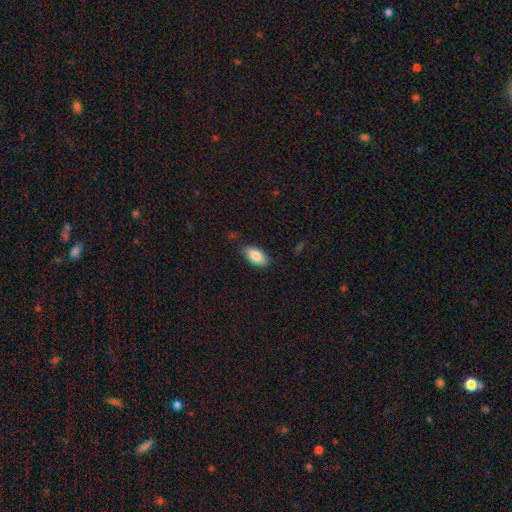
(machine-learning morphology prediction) Smooth or featured: smooth — 85% (featured or disk — 9%)
How rounded: in between — 91% (cigar-shaped — 7%)
Merging: none — 82% (minor disturbance — 14%)